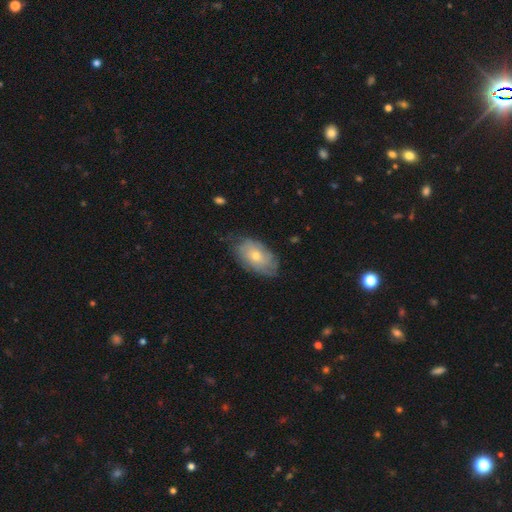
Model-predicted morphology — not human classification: This appears to be a smooth galaxy with no disk features (53%) that is in between round and cigar-shaped (91%). Merging: none (66%).